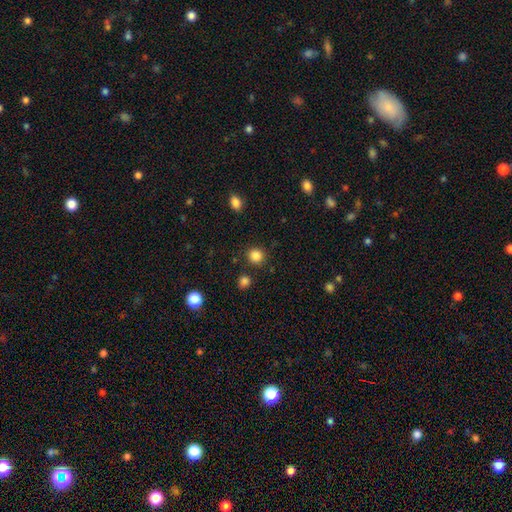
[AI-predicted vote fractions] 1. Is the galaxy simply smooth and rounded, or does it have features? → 85% smooth, 12% star or artifact, 3% featured or disk.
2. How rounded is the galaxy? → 90% round, 10% in between, 1% cigar-shaped.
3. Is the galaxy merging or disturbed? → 88% none, 6% minor disturbance, 3% merger, 2% major disturbance.